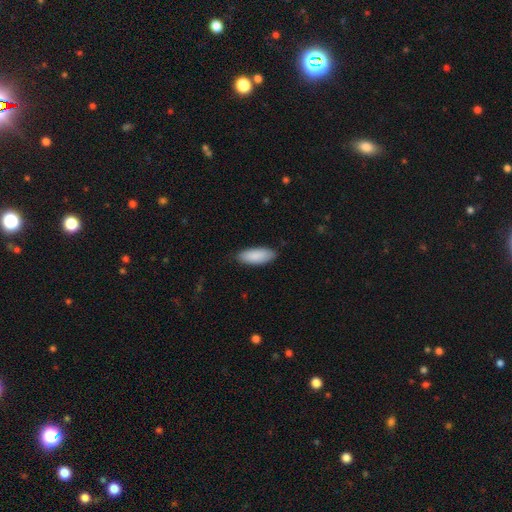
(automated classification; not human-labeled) Q: Smooth or featured?
A: smooth (90%); runner-up: star or artifact (5%)
Q: How rounded?
A: in between (80%); runner-up: cigar-shaped (19%)
Q: Merging?
A: none (85%); runner-up: minor disturbance (12%)